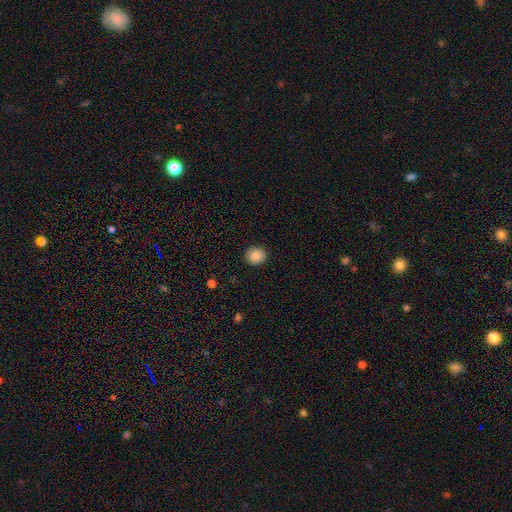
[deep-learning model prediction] This is clearly a smooth galaxy (88%). How rounded: likely round (80%). Merging: clearly none (91%).